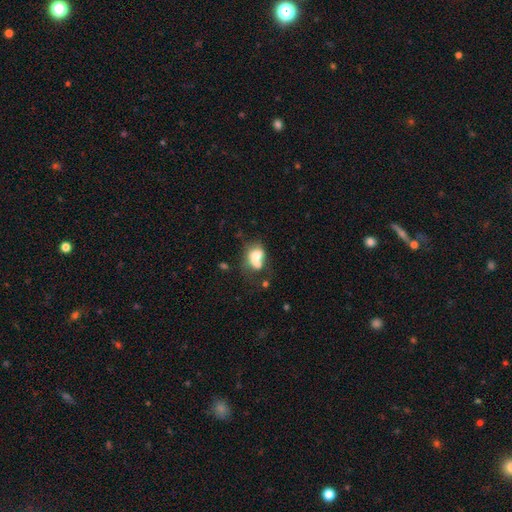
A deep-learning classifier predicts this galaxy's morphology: Overall: smooth (62%; featured or disk 28%). How rounded: in between (74%). Merging: merger (33%; none 25%).